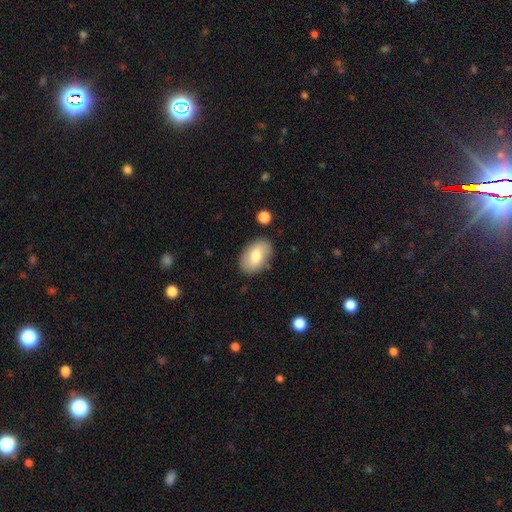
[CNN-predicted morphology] Overall: smooth (72%). How rounded: in between (89%). Merging: none (83%).